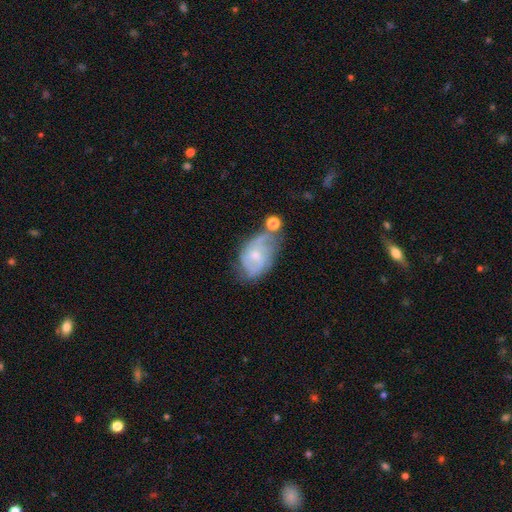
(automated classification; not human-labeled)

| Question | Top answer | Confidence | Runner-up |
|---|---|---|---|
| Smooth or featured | featured or disk | 61% | smooth (31%) |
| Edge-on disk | no | 96% | yes (4%) |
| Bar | no | 61% | weak (34%) |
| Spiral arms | yes | 77% | no (23%) |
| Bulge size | small | 58% | moderate (33%) |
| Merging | none | 36% | minor disturbance (30%) |